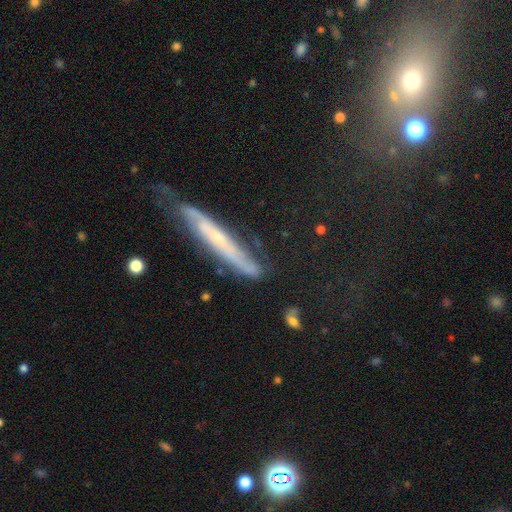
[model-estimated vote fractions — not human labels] smooth-or-featured: featured or disk: 63% | smooth: 27% | star or artifact: 10%
  disk-edge-on: yes: 84% | no: 16%
    edge-on-bulge: none: 53% | rounded: 39% | boxy: 8%
  merging: none: 60% | minor disturbance: 26% | major disturbance: 11% | merger: 4%